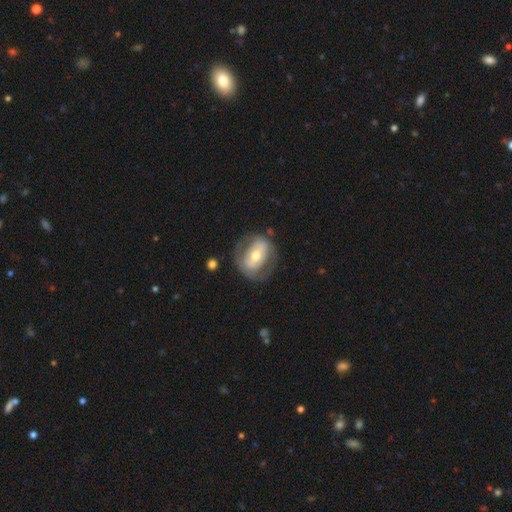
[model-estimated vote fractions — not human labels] Smooth or featured: featured or disk — 59% (smooth — 35%)
Edge-on disk: no — 94% (yes — 6%)
Bar: no — 37% (strong — 34%)
Spiral arms: no — 65% (yes — 35%)
Bulge size: moderate — 70% (small — 19%)
Merging: none — 67% (minor disturbance — 18%)